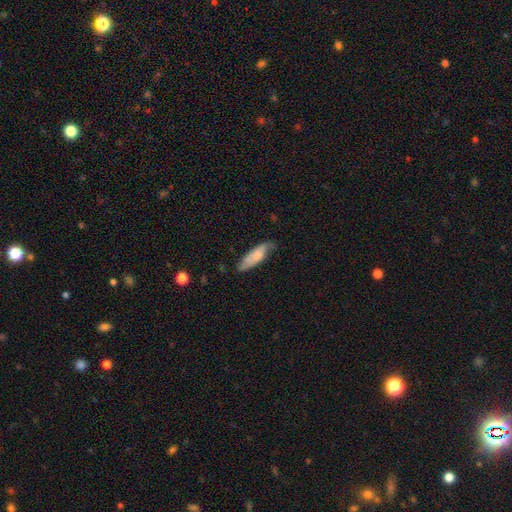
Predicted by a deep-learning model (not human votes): Overall: smooth (61%; featured or disk 33%). How rounded: in between (51%; cigar-shaped 47%). Merging: none (64%; minor disturbance 28%).